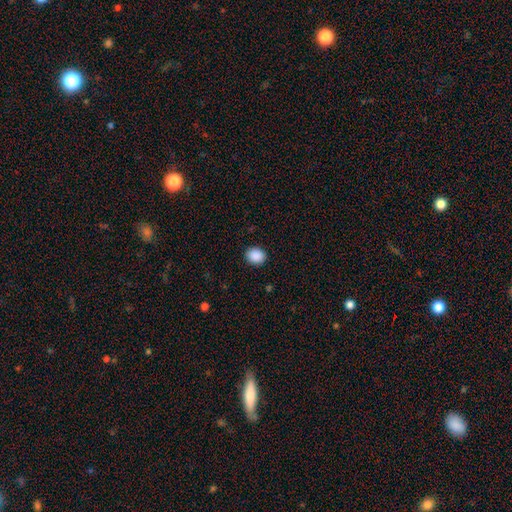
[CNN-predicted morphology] Smooth or featured? Predicted: smooth (p=0.90). How rounded? Predicted: round (p=0.59). Merging? Predicted: none (p=0.90).